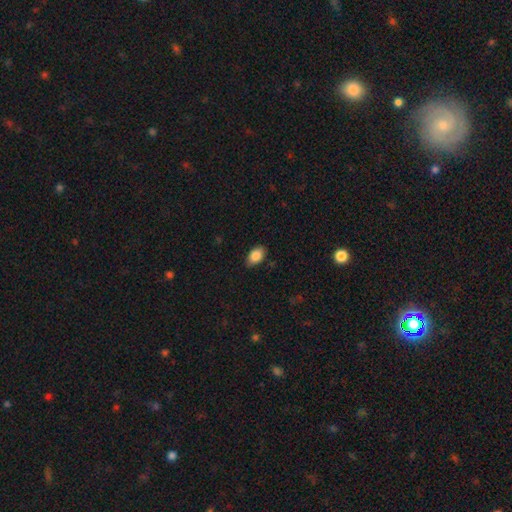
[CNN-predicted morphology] Smooth or featured? Predicted: smooth (p=0.86). How rounded? Predicted: in between (p=0.90). Merging? Predicted: none (p=0.85).